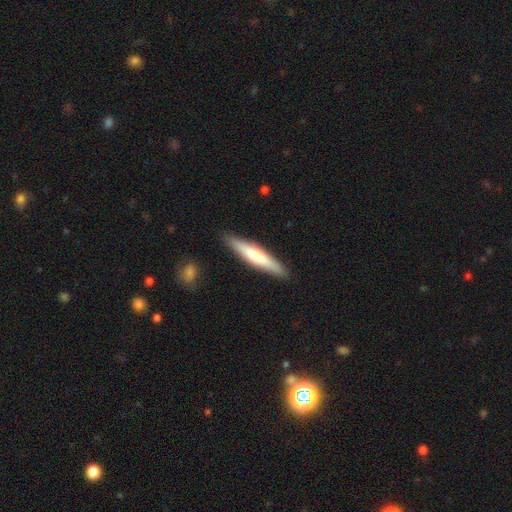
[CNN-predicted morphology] Smooth or featured? Predicted: smooth (p=0.63). How rounded? Predicted: cigar-shaped (p=0.90). Merging? Predicted: none (p=0.89).